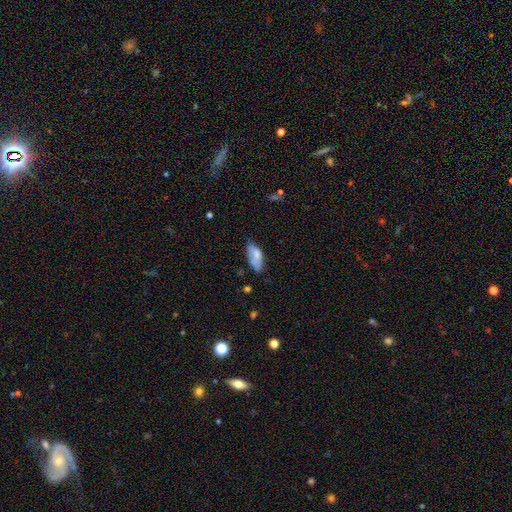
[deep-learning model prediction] smooth-or-featured: smooth: 70% | featured or disk: 22% | star or artifact: 8%
  how-rounded: in between: 85% | cigar-shaped: 13% | round: 2%
  merging: none: 42% | minor disturbance: 36% | major disturbance: 15% | merger: 7%